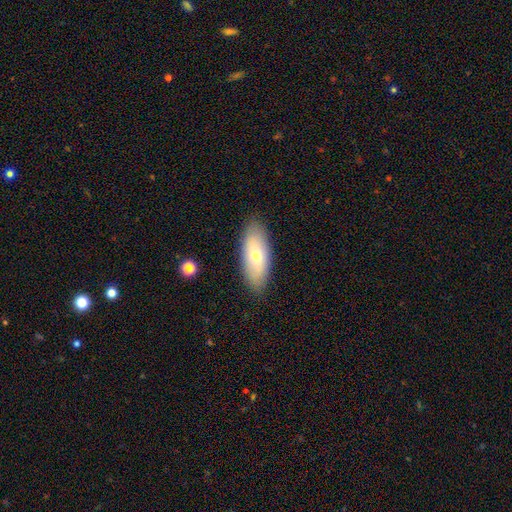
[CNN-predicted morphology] This appears to be a smooth galaxy with no disk features (64%) that is in between round and cigar-shaped (80%). Merging: none (87%).